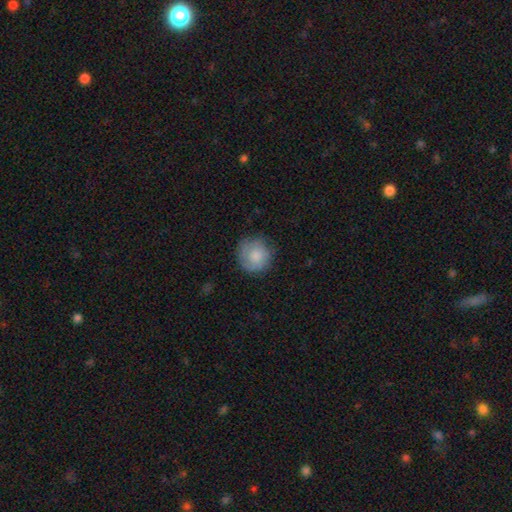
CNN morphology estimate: type=smooth (75%); roundness=round (92%); merging=none (75%).